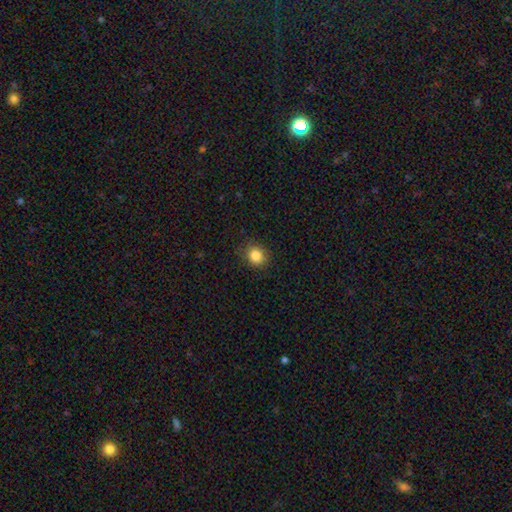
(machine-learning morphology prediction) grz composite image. It shows a smooth galaxy with no disk features (85%) that is round (74%). Merging: none (85%).